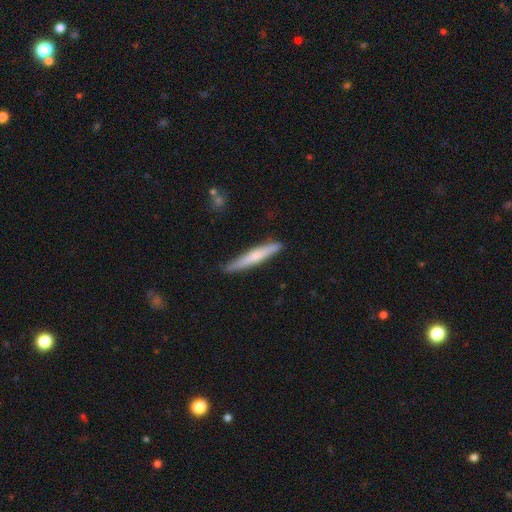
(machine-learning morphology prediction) type=smooth (55%); roundness=cigar-shaped (95%); merging=none (84%).